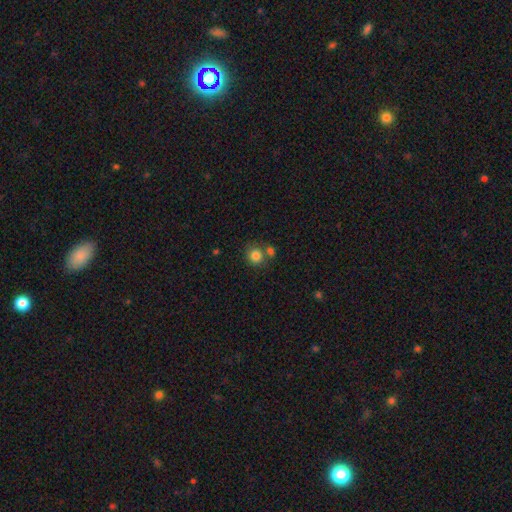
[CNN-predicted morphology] Smooth or featured: smooth — 82% (star or artifact — 11%)
How rounded: round — 87% (in between — 12%)
Merging: none — 62% (merger — 24%)